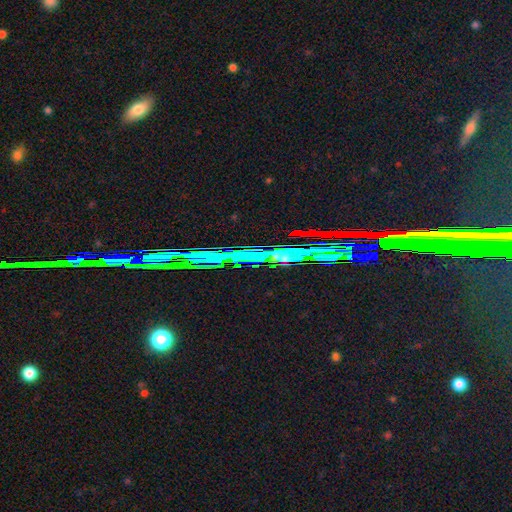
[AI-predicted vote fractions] Overall: star or artifact (84%).